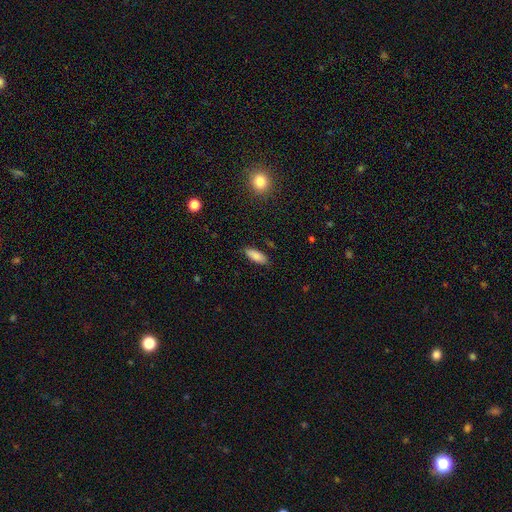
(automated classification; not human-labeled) smooth-or-featured: smooth: 86% | star or artifact: 7% | featured or disk: 6%
  how-rounded: in between: 74% | cigar-shaped: 24% | round: 2%
  merging: none: 87% | minor disturbance: 10% | major disturbance: 2% | merger: 1%